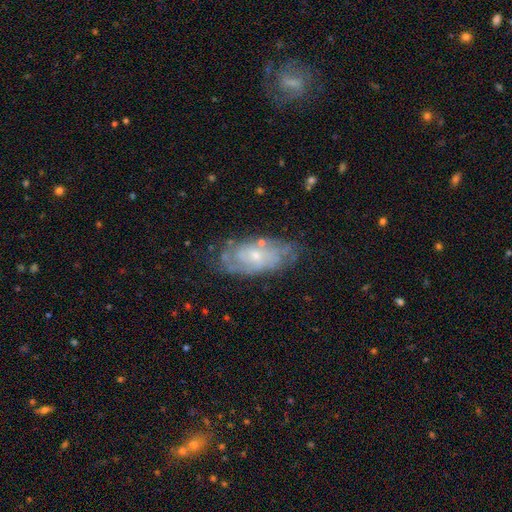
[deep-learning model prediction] A featured or disk galaxy (74%) with no bar (71%), tight (61%) spiral arms (85%) and a small central bulge (73%). Merging: none (67%).